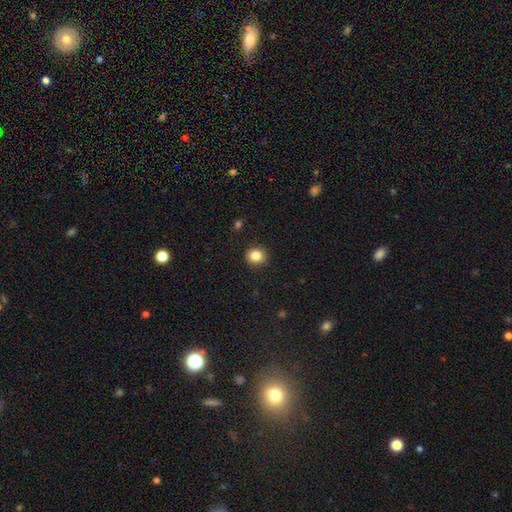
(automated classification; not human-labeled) Morphology: type=smooth (85%); roundness=round (84%); merging=none (90%).